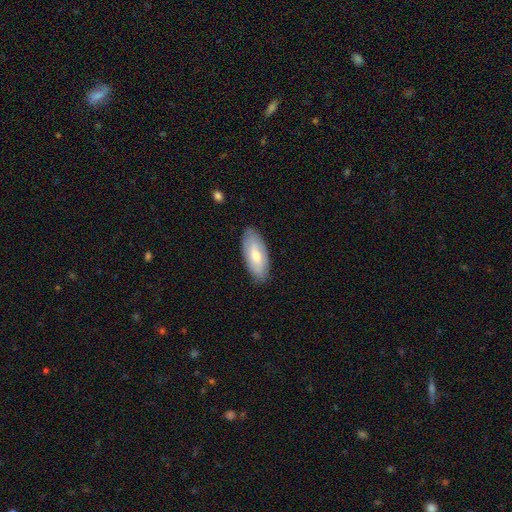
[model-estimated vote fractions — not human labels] A smooth galaxy with no disk features (57%) that is in between round and cigar-shaped (85%). Merging: none (85%).